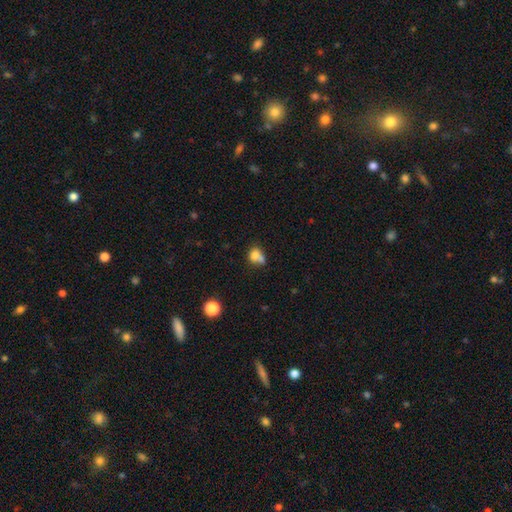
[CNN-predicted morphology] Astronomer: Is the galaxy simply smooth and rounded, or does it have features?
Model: smooth — 74%.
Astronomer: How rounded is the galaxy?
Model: round — 55% (runner-up: in between, 43%).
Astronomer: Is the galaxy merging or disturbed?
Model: merger — 52% (runner-up: none, 28%).